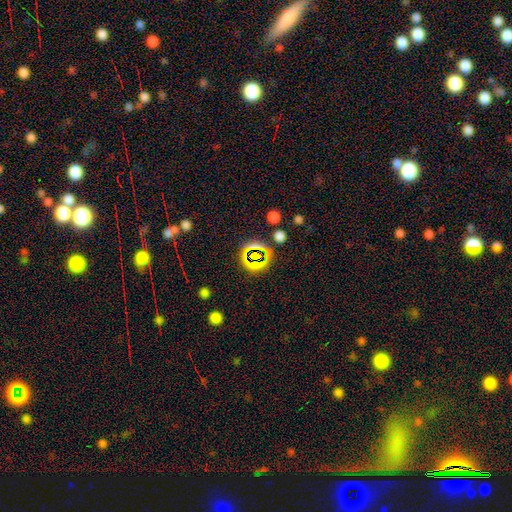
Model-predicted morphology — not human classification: Overall: star or artifact (61%; smooth 30%).